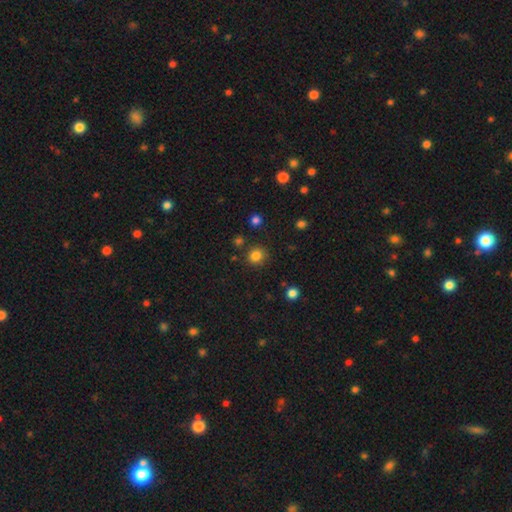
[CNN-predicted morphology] smooth_or_featured: smooth (p=0.83) [alt: star or artifact p=0.13]
how_rounded: round (p=0.87) [alt: in between p=0.12]
merging: none (p=0.86) [alt: minor disturbance p=0.08]